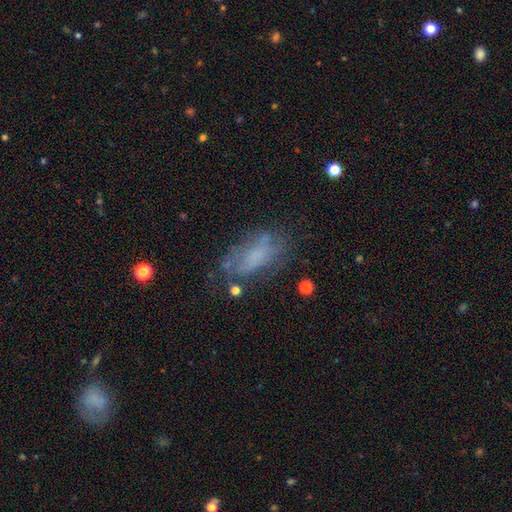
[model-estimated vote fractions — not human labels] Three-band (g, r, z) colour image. It shows a smooth galaxy with no disk features (49%). Merging: none (50%).